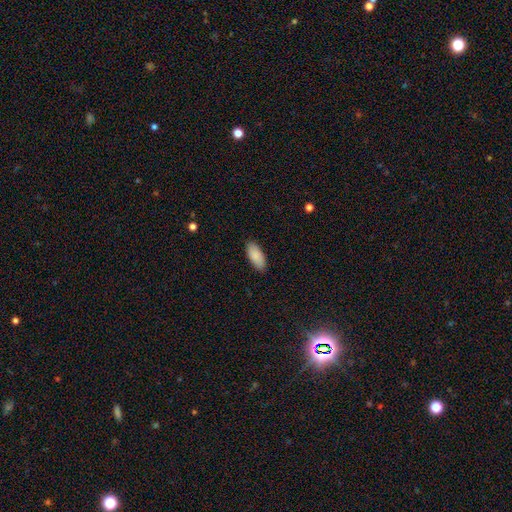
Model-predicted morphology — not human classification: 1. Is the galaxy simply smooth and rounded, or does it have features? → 89% smooth, 6% star or artifact, 5% featured or disk.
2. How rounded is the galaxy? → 87% in between, 11% cigar-shaped, 2% round.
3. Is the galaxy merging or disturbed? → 87% none, 10% minor disturbance, 2% major disturbance, 1% merger.